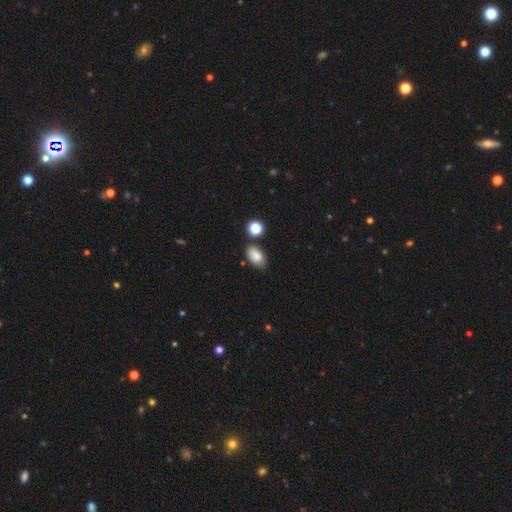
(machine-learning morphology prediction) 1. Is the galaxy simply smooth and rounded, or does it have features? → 85% smooth, 8% star or artifact, 6% featured or disk.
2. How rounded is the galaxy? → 91% in between, 7% round, 2% cigar-shaped.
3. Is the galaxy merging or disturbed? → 73% none, 17% minor disturbance, 7% merger, 4% major disturbance.